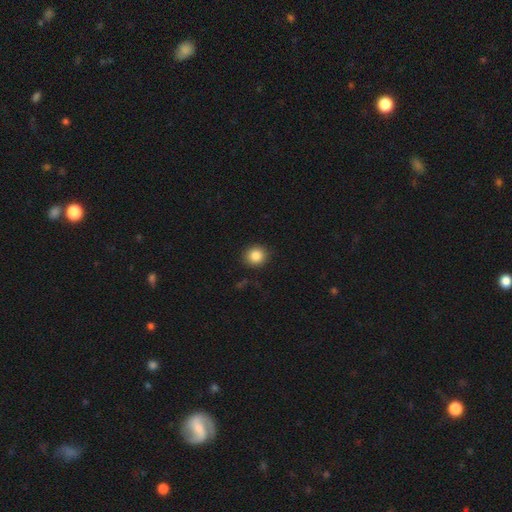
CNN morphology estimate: A smooth galaxy with no disk features (86%) that is round (88%).

Vote fractions:
- Smooth or featured? smooth: 86% / star or artifact: 10% / featured or disk: 4%
- How rounded? round: 88% / in between: 11% / cigar-shaped: 1%
- Merging? none: 90% / minor disturbance: 7% / major disturbance: 2% / merger: 1%